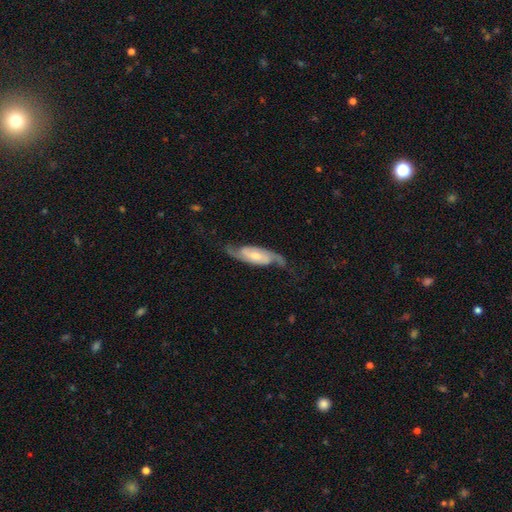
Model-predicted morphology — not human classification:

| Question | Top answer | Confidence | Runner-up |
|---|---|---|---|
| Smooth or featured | featured or disk | 84% | smooth (11%) |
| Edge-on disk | no | 89% | yes (11%) |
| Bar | no | 41% | tied: weak (41%) |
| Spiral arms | yes | 97% | no (3%) |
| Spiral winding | medium | 46% | loose (31%) |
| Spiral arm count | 2 | 91% | can't tell (4%) |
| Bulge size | moderate | 54% | small (30%) |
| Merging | none | 73% | minor disturbance (17%) |